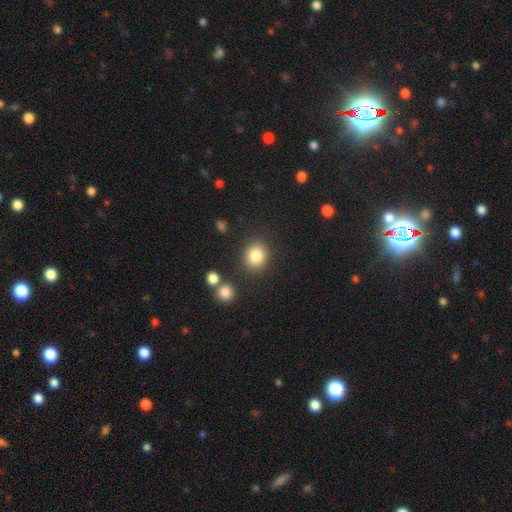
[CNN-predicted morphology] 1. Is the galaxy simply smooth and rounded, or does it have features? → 83% smooth, 10% star or artifact, 7% featured or disk.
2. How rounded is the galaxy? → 72% round, 27% in between, 1% cigar-shaped.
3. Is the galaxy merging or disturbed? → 83% none, 9% minor disturbance, 4% merger, 3% major disturbance.